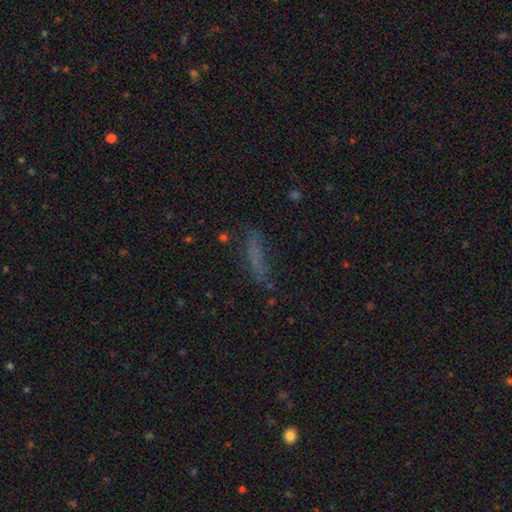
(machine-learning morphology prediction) Smooth or featured: smooth — 63% (featured or disk — 21%)
How rounded: cigar-shaped — 81% (in between — 17%)
Merging: none — 63% (minor disturbance — 22%)